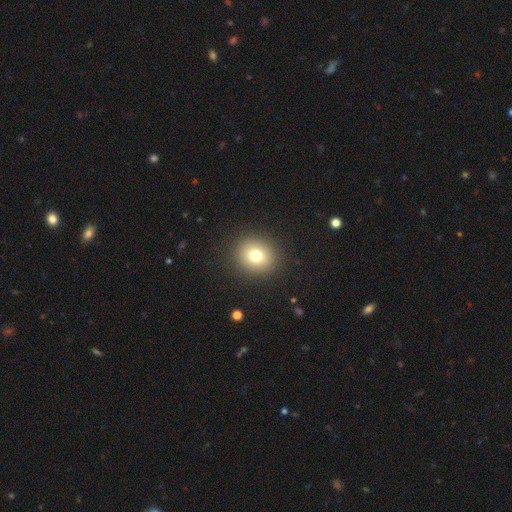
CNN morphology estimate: This is likely a smooth galaxy (76%). How rounded: clearly round (83%). Merging: clearly none (91%).